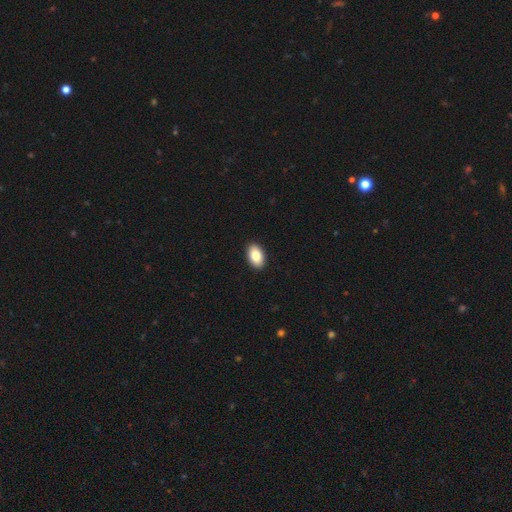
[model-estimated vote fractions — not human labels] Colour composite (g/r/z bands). It shows a smooth galaxy with no disk features (85%) that is in between round and cigar-shaped (93%). Merging: none (92%).